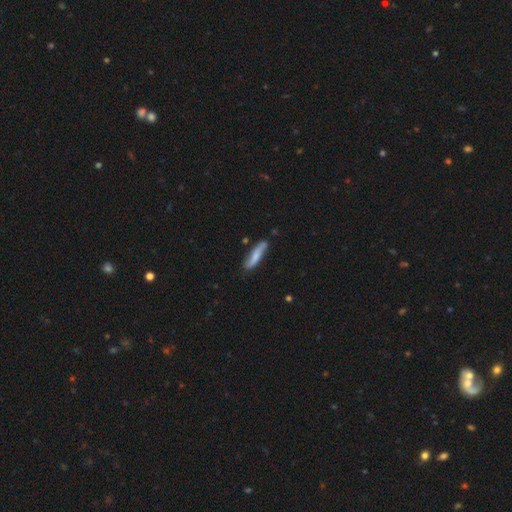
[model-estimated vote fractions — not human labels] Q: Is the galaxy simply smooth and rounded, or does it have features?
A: smooth — 62%.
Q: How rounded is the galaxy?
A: cigar-shaped — 79%.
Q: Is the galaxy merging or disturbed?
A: none — 73%.